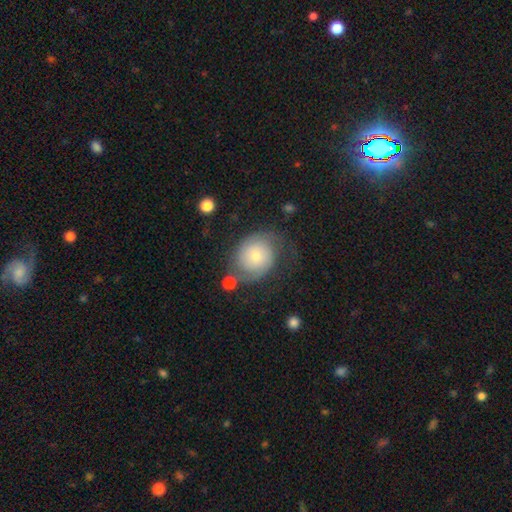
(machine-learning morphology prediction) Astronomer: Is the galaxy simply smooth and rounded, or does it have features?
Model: featured or disk — 60%.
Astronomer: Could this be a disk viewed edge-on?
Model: no — 97%.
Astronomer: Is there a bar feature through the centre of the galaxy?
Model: no — 79%.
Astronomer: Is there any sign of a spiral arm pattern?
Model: yes — 88%.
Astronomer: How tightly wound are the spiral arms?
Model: tight — 40% (runner-up: medium, 37%).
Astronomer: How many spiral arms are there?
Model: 2 — 75%.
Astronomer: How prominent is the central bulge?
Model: small — 60%.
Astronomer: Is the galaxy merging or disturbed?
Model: none — 60%.